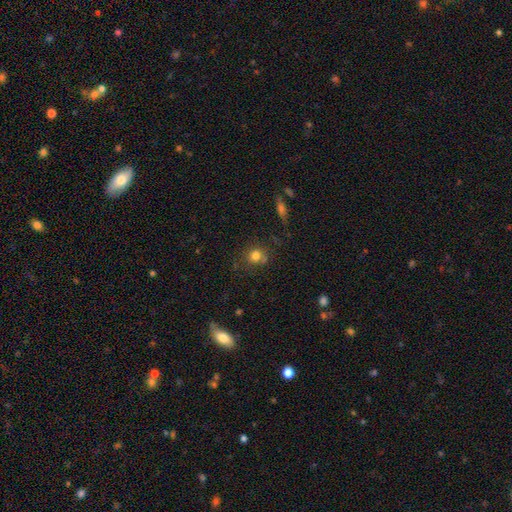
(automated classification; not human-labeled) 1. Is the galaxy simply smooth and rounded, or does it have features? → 78% smooth, 14% star or artifact, 9% featured or disk.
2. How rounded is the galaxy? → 84% round, 15% in between, 1% cigar-shaped.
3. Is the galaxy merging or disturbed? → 71% none, 14% minor disturbance, 10% merger, 5% major disturbance.